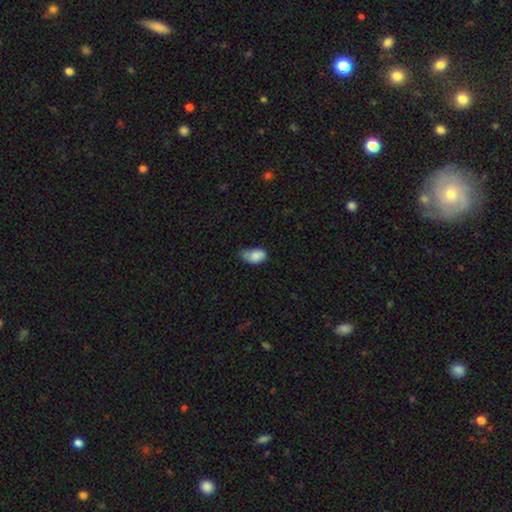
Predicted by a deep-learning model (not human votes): Morphology: type=smooth (83%); roundness=in between (90%); merging=minor disturbance (48%).